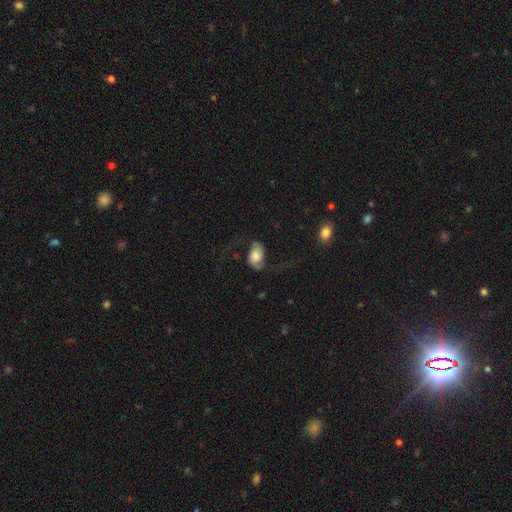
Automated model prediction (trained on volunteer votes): A featured or disk galaxy (64%) with no bar (59%), 2 (92%) loose (79%) spiral arms (91%) and a moderate central bulge (45%).

Vote fractions:
- Smooth or featured? featured or disk: 64% / smooth: 28% / star or artifact: 8%
- Edge-on disk? no: 96% / yes: 4%
- Bar? no: 59% / weak: 30% / strong: 12%
- Spiral arms? yes: 91% / no: 9%
- Spiral winding? loose: 79% / medium: 16% / tight: 5%
- Spiral arm count? 2: 92% / 1: 3% / can't tell: 2% / 3: 1% / 4: 1% / more than 4: 1%
- Bulge size? moderate: 45% / small: 21% / large: 21% / dominant: 7% / none: 5%
- Merging? none: 59% / major disturbance: 23% / minor disturbance: 15% / merger: 2%